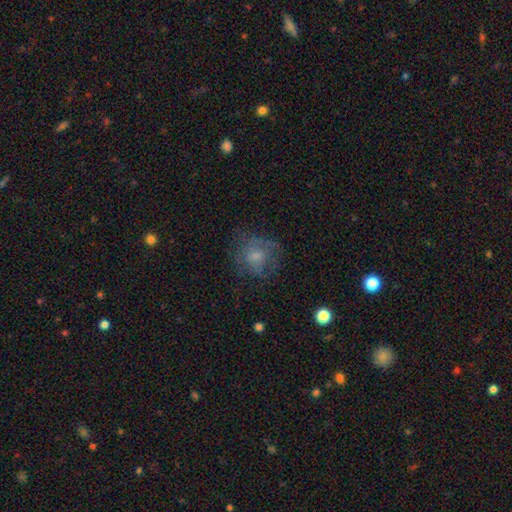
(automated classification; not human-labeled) smooth_or_featured: smooth (p=0.52) [alt: featured or disk p=0.36]
how_rounded: round (p=0.75) [alt: in between p=0.24]
merging: none (p=0.60) [alt: minor disturbance p=0.21]